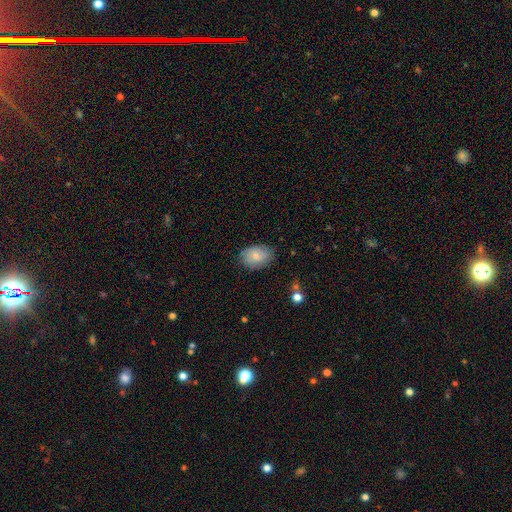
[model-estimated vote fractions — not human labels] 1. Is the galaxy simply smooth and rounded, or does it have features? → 79% smooth, 14% featured or disk, 7% star or artifact.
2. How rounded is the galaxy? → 82% in between, 17% round, 1% cigar-shaped.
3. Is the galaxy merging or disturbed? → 78% none, 17% minor disturbance, 3% major disturbance, 1% merger.